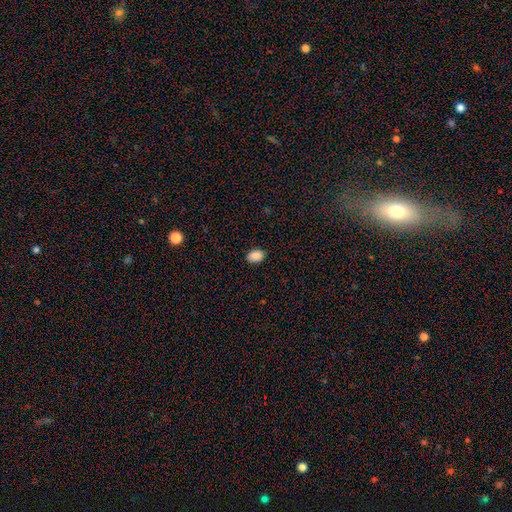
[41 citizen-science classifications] Smooth or featured? 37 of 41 (90%) said smooth. How rounded? 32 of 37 (86%) said in between. Merging? 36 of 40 (90%) said none.